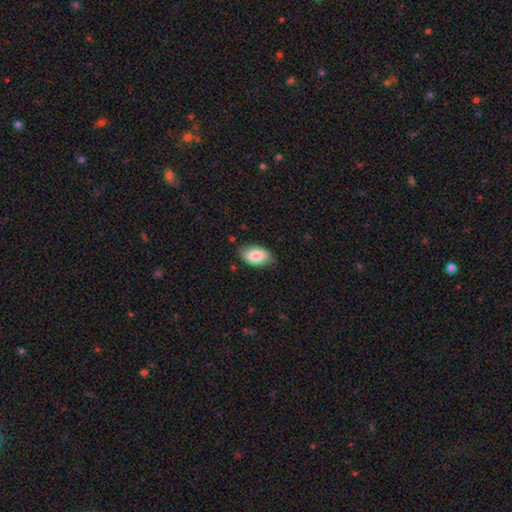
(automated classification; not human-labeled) Smooth or featured? smooth (85%)
How rounded? in between (93%)
Merging? none (79%)